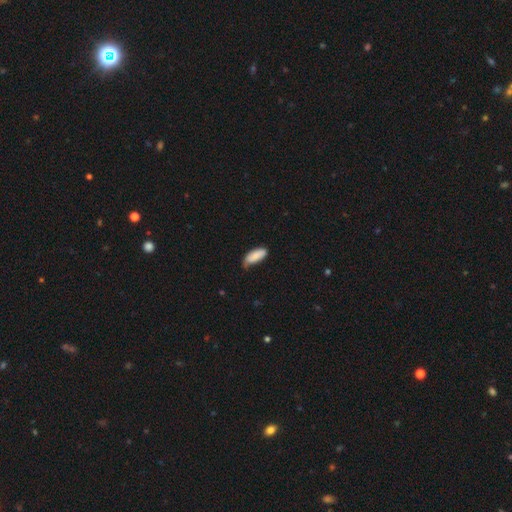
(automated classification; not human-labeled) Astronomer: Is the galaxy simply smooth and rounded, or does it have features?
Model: smooth — 83%.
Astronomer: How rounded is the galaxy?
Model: in between — 80%.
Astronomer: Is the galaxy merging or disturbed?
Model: none — 56% (runner-up: minor disturbance, 36%).